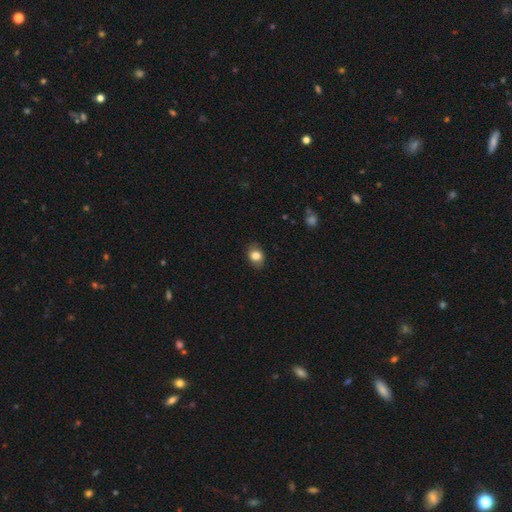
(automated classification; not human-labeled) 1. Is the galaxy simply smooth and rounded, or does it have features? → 82% smooth, 9% star or artifact, 9% featured or disk.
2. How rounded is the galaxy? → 61% in between, 38% round, 1% cigar-shaped.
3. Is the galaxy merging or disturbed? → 82% none, 14% minor disturbance, 3% major disturbance, 1% merger.